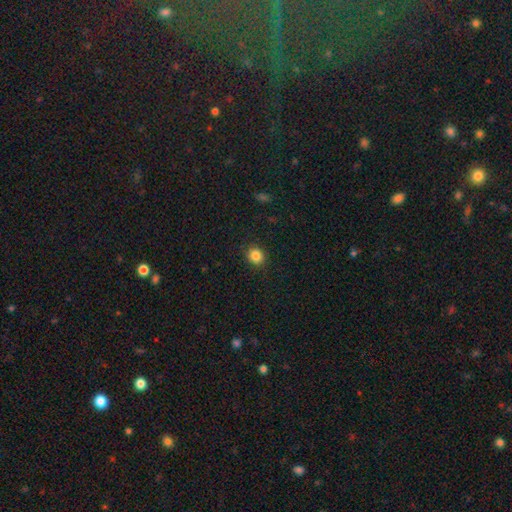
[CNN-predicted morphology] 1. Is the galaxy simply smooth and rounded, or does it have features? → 85% smooth, 11% star or artifact, 5% featured or disk.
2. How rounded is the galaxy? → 78% round, 21% in between, 1% cigar-shaped.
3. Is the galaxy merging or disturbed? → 89% none, 8% minor disturbance, 2% major disturbance, 1% merger.